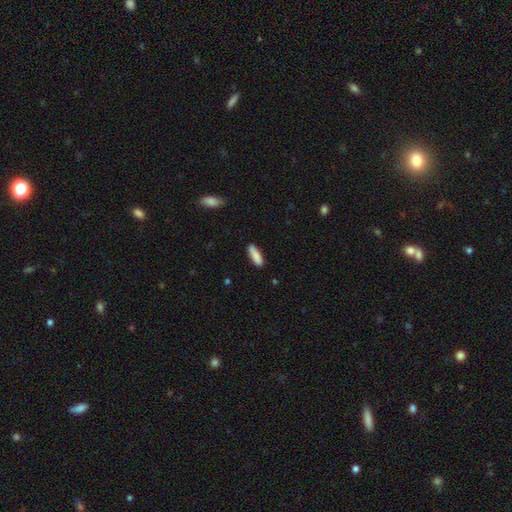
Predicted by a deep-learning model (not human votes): Smooth or featured? Predicted: smooth (p=0.88). How rounded? Predicted: cigar-shaped (p=0.52). Merging? Predicted: none (p=0.85).